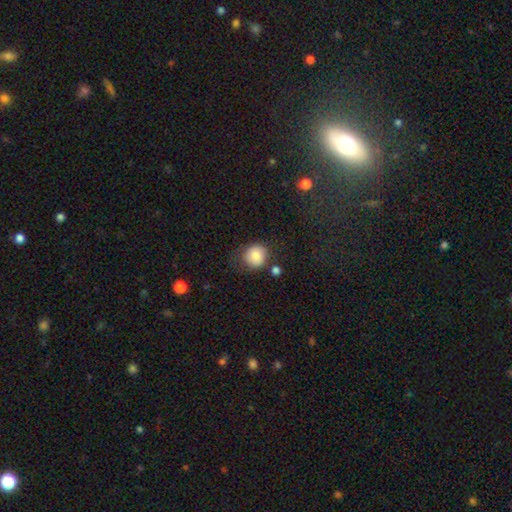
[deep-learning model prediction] smooth_or_featured: smooth (p=0.83) [alt: star or artifact p=0.09]
how_rounded: round (p=0.81) [alt: in between p=0.18]
merging: none (p=0.65) [alt: minor disturbance p=0.20]